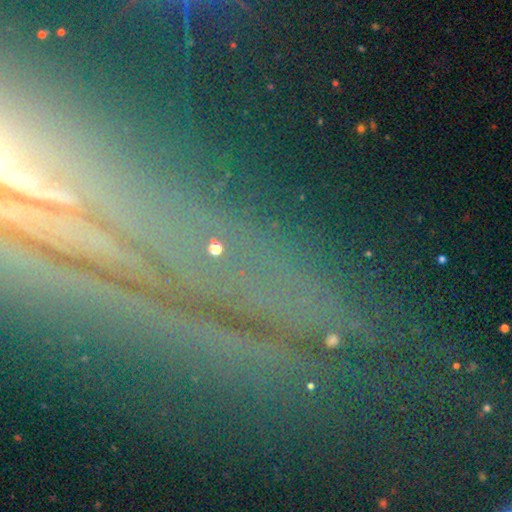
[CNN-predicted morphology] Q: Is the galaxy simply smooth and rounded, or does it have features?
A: star or artifact — 74%.